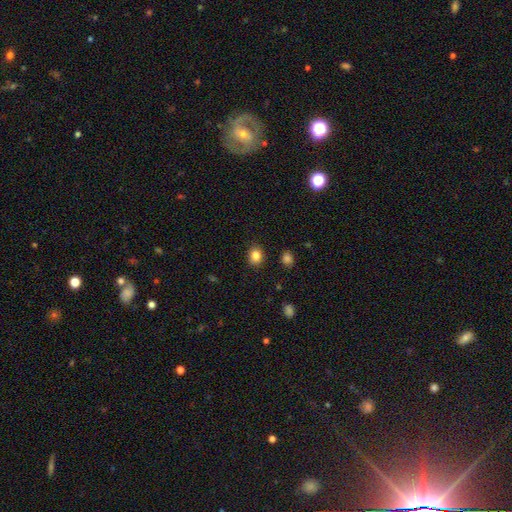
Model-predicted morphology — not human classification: A smooth galaxy with no disk features (84%) that is round (57%). Merging: none (88%).